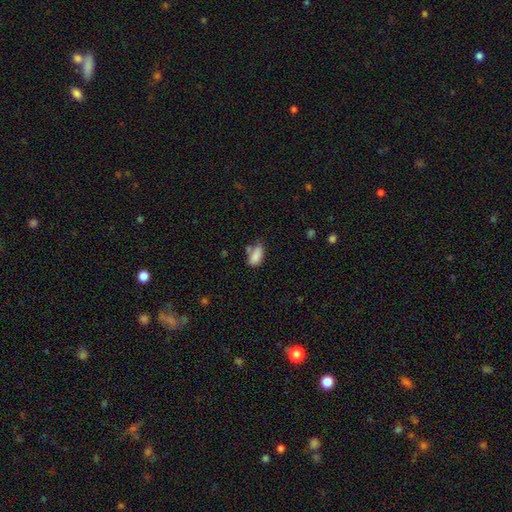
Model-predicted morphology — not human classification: A smooth galaxy with no disk features (83%) that is in between round and cigar-shaped (87%). Merging: none (48%).